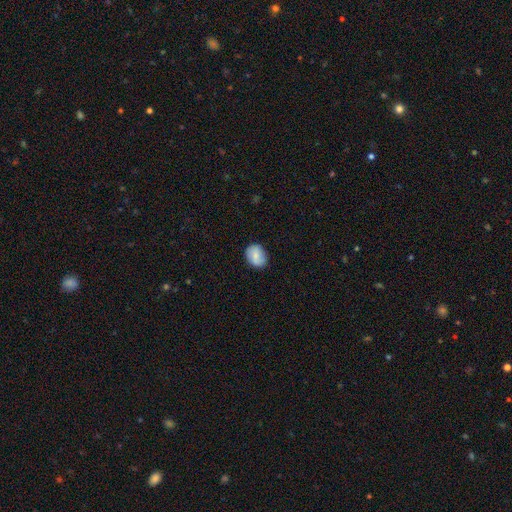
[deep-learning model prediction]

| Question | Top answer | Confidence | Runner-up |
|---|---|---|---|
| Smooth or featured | smooth | 75% | featured or disk (17%) |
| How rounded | in between | 57% | round (42%) |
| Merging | none | 83% | minor disturbance (13%) |